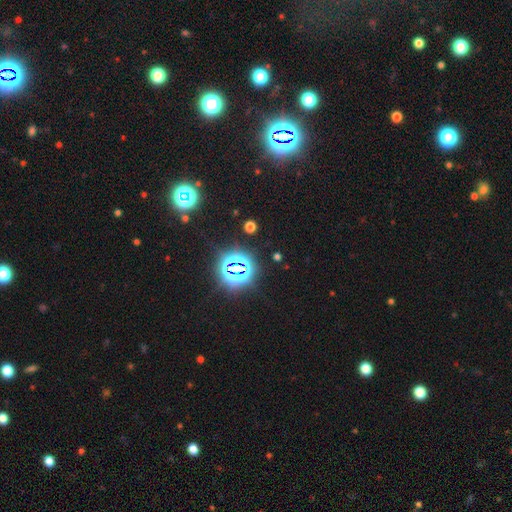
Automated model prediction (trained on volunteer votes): The model was most divided on "smooth or featured": star or artifact: 81%, smooth: 13%, featured or disk: 6%.